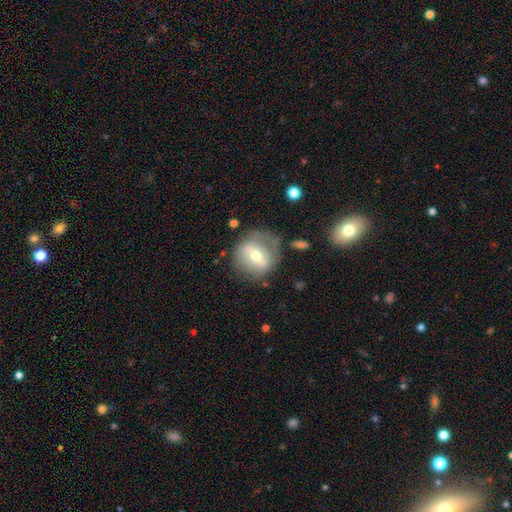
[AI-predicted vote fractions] This is possibly a featured or disk galaxy (57%). It is clearly not viewed edge-on (92%). Bar: marginally strong (42%). Spiral arm pattern: possibly no (50%, tied with yes). Central bulge: likely moderate (67%). Merging: likely none (65%).